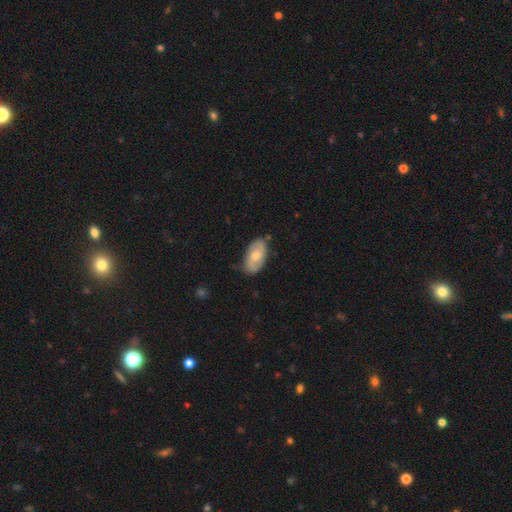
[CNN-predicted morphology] A smooth galaxy with no disk features (49%).

Vote fractions:
- Smooth or featured? smooth: 49% / featured or disk: 46% / star or artifact: 6%
- Merging? none: 71% / minor disturbance: 23% / major disturbance: 4% / merger: 2%